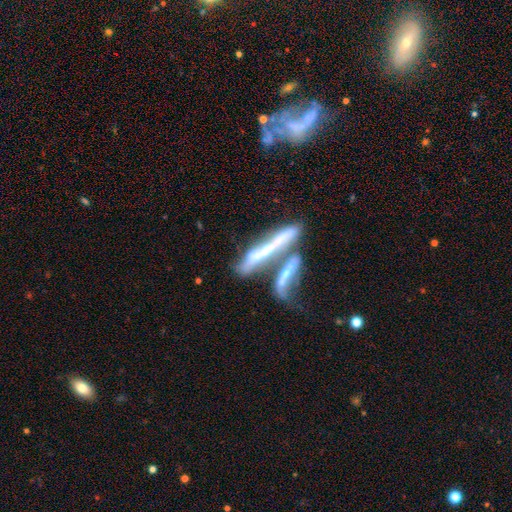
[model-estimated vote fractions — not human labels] featured or disk 56%, smooth 32%, star or artifact 12%. Down the decision tree: edge-on disk — no (56%); merging — merger (62%).